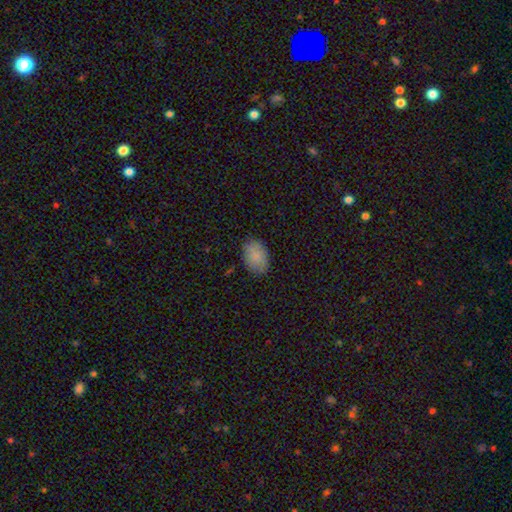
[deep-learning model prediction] Smooth or featured? smooth (86%)
How rounded? in between (84%)
Merging? none (84%)